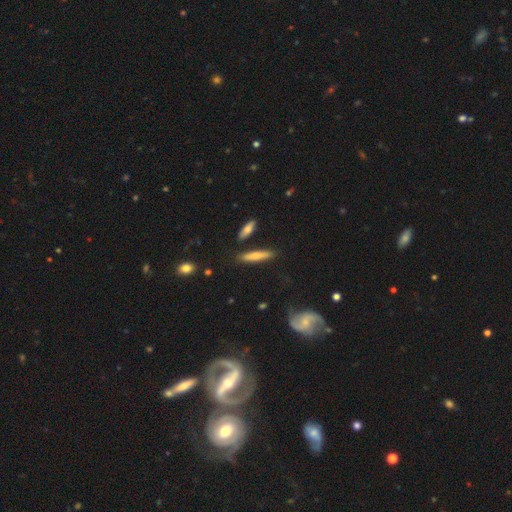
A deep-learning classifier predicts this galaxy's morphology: smooth_or_featured: smooth (p=0.67) [alt: featured or disk p=0.27]
how_rounded: cigar-shaped (p=0.88) [alt: in between p=0.10]
merging: none (p=0.83) [alt: minor disturbance p=0.10]